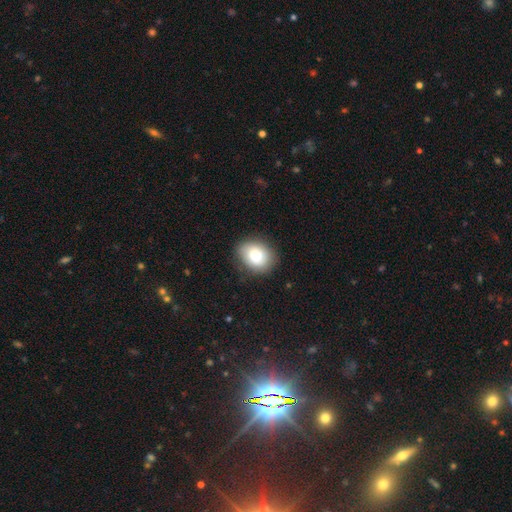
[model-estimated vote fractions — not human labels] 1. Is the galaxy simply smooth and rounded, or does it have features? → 80% smooth, 12% featured or disk, 8% star or artifact.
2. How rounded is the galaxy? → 54% in between, 46% round, 1% cigar-shaped.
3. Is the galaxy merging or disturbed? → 83% none, 13% minor disturbance, 3% major disturbance, 1% merger.